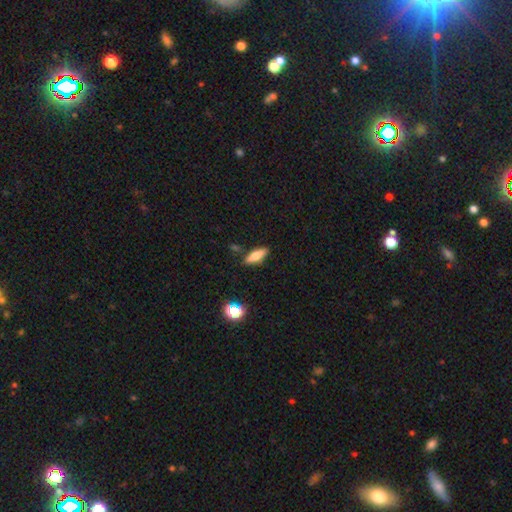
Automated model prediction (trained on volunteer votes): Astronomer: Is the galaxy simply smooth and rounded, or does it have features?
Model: smooth — 66%.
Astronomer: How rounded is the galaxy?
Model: cigar-shaped — 51% (runner-up: in between, 47%).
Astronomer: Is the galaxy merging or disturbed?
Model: none — 83%.